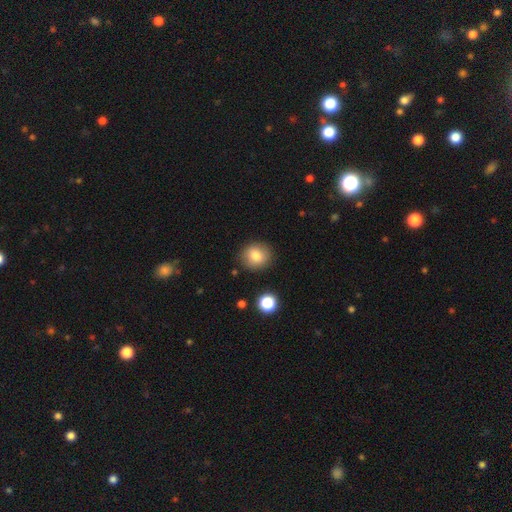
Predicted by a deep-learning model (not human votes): smooth 80%, star or artifact 10%, featured or disk 10%. Down the decision tree: how rounded — round (82%); merging — none (87%).